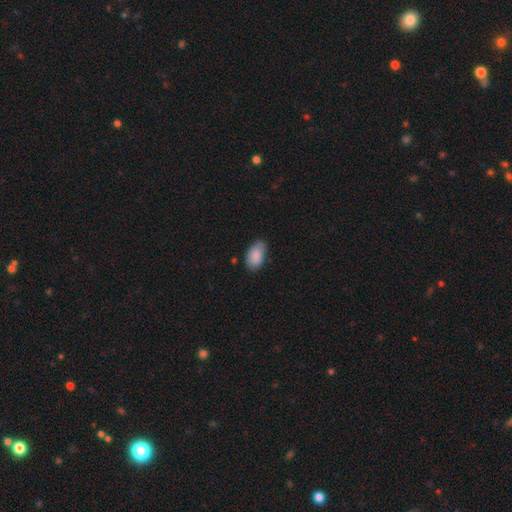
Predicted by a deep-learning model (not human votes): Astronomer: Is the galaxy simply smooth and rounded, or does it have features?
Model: smooth — 87%.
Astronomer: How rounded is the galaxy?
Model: in between — 93%.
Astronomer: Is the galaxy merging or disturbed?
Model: none — 73%.